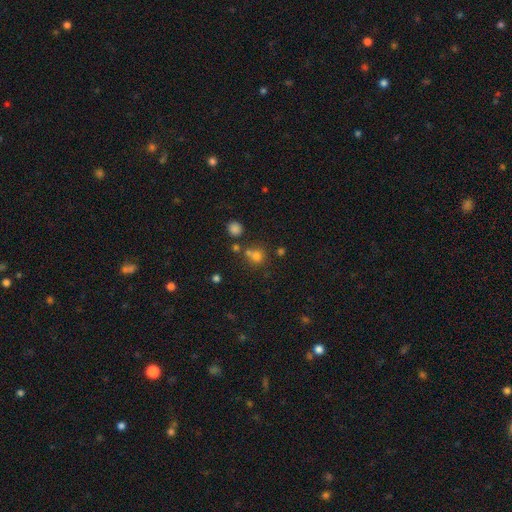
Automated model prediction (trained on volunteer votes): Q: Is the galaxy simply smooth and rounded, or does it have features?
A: smooth — 71%.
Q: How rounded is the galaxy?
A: round — 83%.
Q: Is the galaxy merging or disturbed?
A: none — 55%.